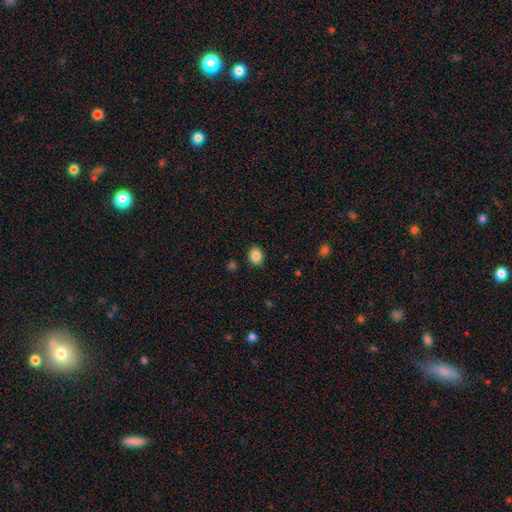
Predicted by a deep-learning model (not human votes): Smooth or featured? Predicted: smooth (p=0.86). How rounded? Predicted: round (p=0.64). Merging? Predicted: none (p=0.88).